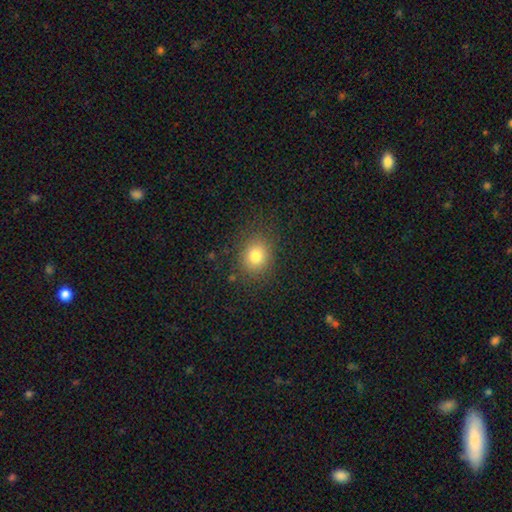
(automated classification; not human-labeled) Overall: smooth (80%). How rounded: round (71%). Merging: none (85%).